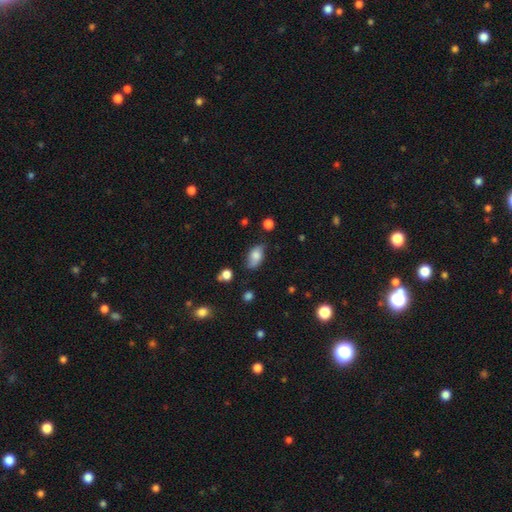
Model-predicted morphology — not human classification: A smooth galaxy with no disk features (76%) that is in between round and cigar-shaped (90%). Merging: none (66%).